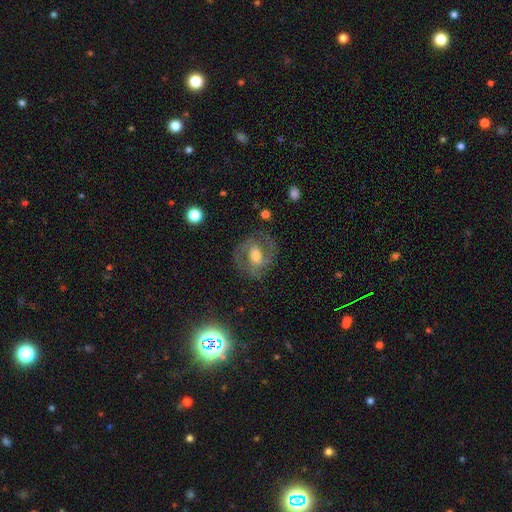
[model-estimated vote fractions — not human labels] Smooth or featured?
  - featured or disk: 80% *
  - smooth: 13%
  - star or artifact: 7%
Edge-on disk?
  - no: 97% *
  - yes: 3%
Bar?
  - weak: 46% *
  - no: 31%
  - strong: 23%
Spiral arms?
  - yes: 91% *
  - no: 9%
Spiral winding?
  - medium: 53% *
  - tight: 34%
  - loose: 13%
Spiral arm count?
  - 2: 81% *
  - can't tell: 8%
  - 3: 6%
  - 1: 2%
  - 4: 2%
  - more than 4: 2%
Bulge size?
  - moderate: 61% *
  - small: 29%
  - large: 8%
  - none: 2%
  - dominant: 1%
Merging?
  - none: 76% *
  - minor disturbance: 14%
  - major disturbance: 8%
  - merger: 1%